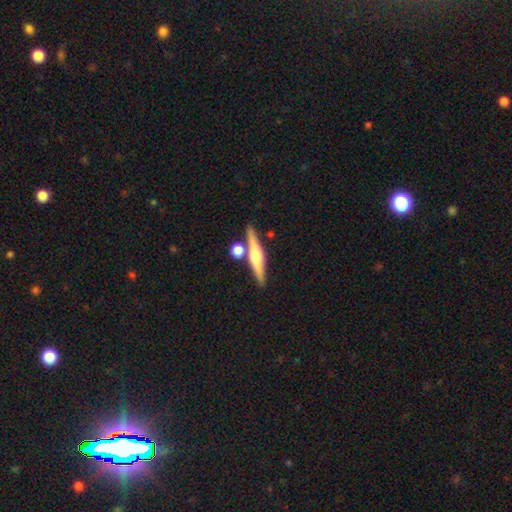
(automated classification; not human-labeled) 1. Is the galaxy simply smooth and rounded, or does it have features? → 62% featured or disk, 31% smooth, 7% star or artifact.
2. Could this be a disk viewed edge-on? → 96% yes, 4% no.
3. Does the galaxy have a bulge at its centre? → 88% rounded, 7% boxy, 5% none.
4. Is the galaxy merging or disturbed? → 76% none, 14% merger, 8% minor disturbance, 2% major disturbance.